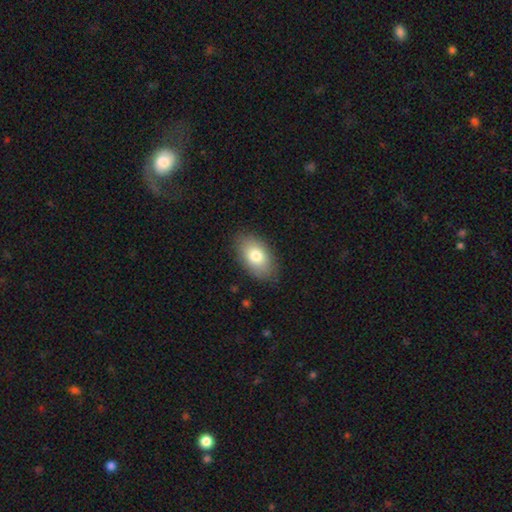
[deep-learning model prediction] Smooth or featured? Predicted: smooth (p=0.78). How rounded? Predicted: in between (p=0.92). Merging? Predicted: none (p=0.85).